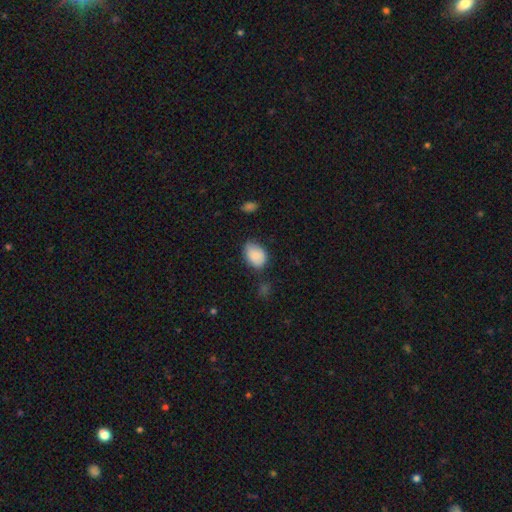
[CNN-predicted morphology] A smooth galaxy with no disk features (85%) that is in between round and cigar-shaped (79%). Merging: none (60%).